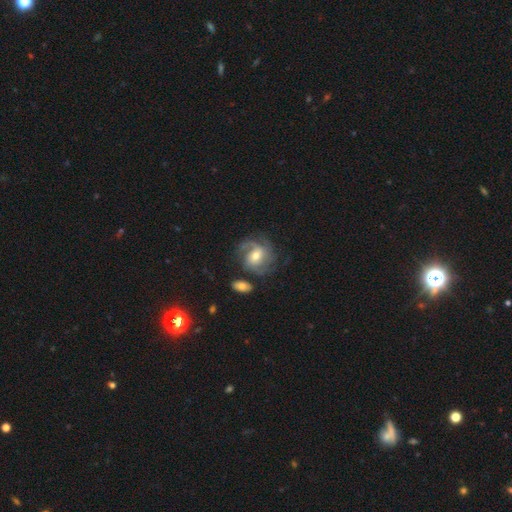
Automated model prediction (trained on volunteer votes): Smooth or featured?
  - featured or disk: 77% *
  - smooth: 16%
  - star or artifact: 6%
Edge-on disk?
  - no: 97% *
  - yes: 3%
Bar?
  - no: 47% *
  - weak: 43%
  - strong: 10%
Spiral arms?
  - yes: 92% *
  - no: 8%
Spiral winding?
  - medium: 44% *
  - tight: 33%
  - loose: 23%
Spiral arm count?
  - 2: 38% *
  - can't tell: 22%
  - 3: 19%
  - 1: 13%
  - 4: 4%
  - more than 4: 4%
Bulge size?
  - moderate: 64% *
  - small: 28%
  - large: 6%
  - none: 1%
  - dominant: 1%
Merging?
  - none: 59% *
  - minor disturbance: 20%
  - major disturbance: 15%
  - merger: 6%